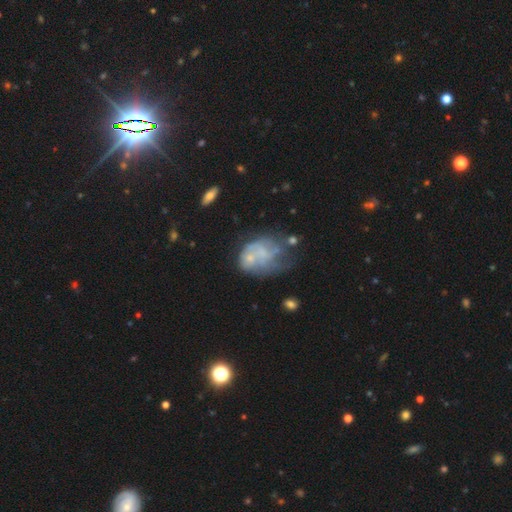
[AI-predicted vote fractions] The model was most divided on "merging" (2-way tie): major disturbance: 31%, none: 31%, minor disturbance: 24%, merger: 14%. More confident: edge-on disk — no (97%); bar — no (84%); spiral arms — no (63%); smooth or featured — featured or disk (55%); bulge size — none (52%).